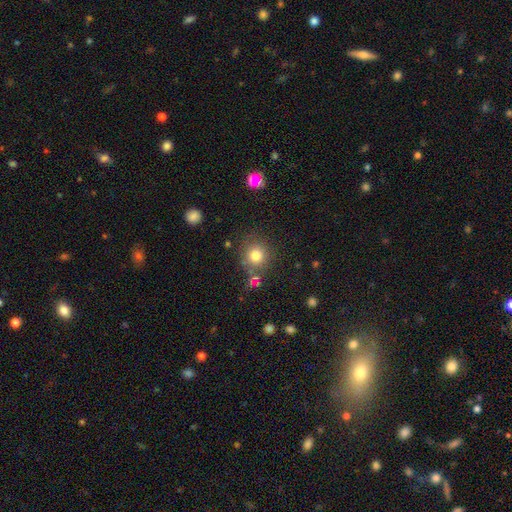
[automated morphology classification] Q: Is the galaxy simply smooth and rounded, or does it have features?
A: smooth — 79%.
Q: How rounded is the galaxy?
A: round — 90%.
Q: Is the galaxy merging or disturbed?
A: none — 78%.